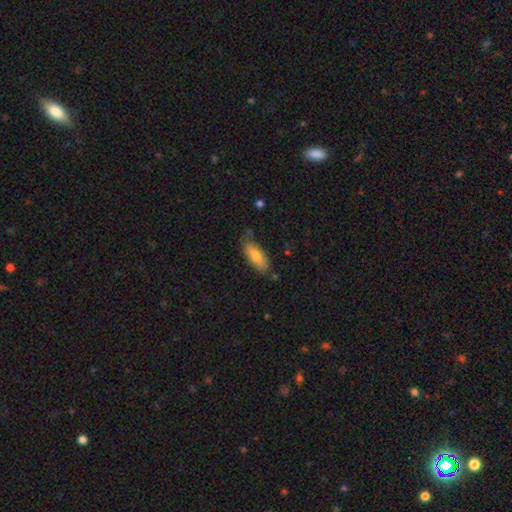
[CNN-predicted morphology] smooth 78%, featured or disk 15%, star or artifact 7%. Down the decision tree: how rounded — in between (70%); merging — none (74%).